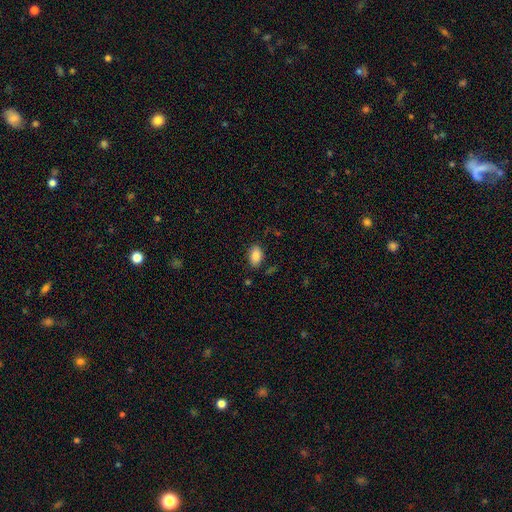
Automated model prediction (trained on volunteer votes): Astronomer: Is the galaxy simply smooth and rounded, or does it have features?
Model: smooth — 87%.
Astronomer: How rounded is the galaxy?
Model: in between — 90%.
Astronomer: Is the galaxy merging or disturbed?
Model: none — 82%.